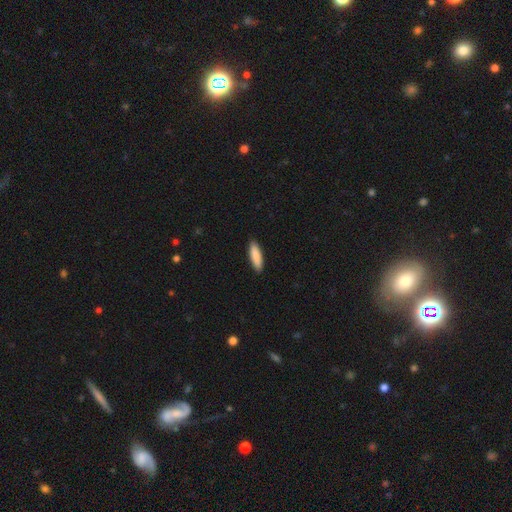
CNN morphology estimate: Q: Smooth or featured?
A: smooth (88%); runner-up: featured or disk (6%)
Q: How rounded?
A: cigar-shaped (60%); runner-up: in between (39%)
Q: Merging?
A: none (90%); runner-up: minor disturbance (8%)